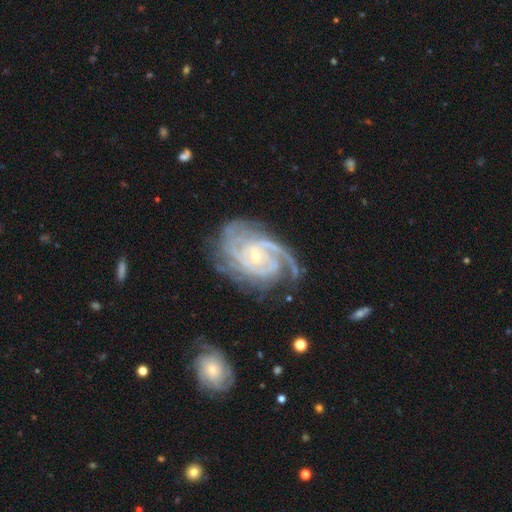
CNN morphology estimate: featured or disk 91%, star or artifact 5%, smooth 4%. Down the decision tree: edge-on disk — no (97%); bar — no (66%); spiral arms — yes (98%); spiral arm count — 3 (27%); spiral winding — tight (66%); bulge size — small (77%); merging — none (67%).